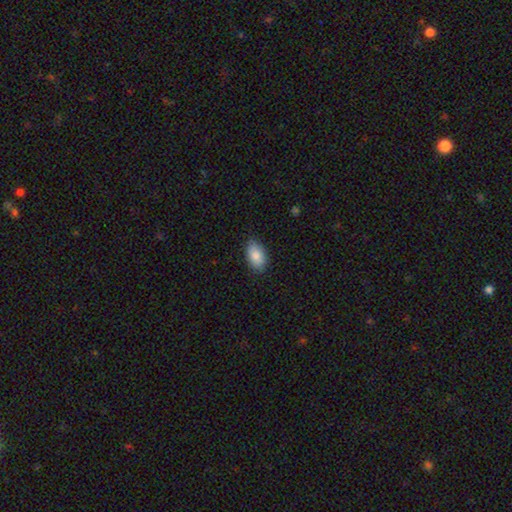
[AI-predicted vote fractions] This is clearly a smooth galaxy (87%). How rounded: clearly in between (93%). Merging: clearly none (84%).